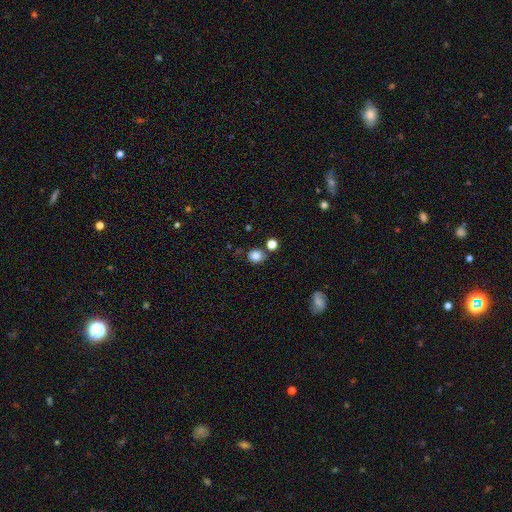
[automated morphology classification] A smooth galaxy with no disk features (83%) that is round (78%).

Vote fractions:
- Smooth or featured? smooth: 83% / star or artifact: 11% / featured or disk: 6%
- How rounded? round: 78% / in between: 21% / cigar-shaped: 1%
- Merging? none: 75% / minor disturbance: 12% / merger: 10% / major disturbance: 4%